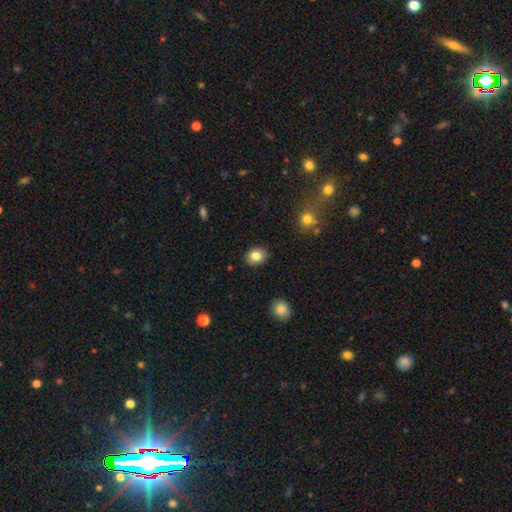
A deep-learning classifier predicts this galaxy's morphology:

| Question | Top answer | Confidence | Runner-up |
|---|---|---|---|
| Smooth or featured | smooth | 83% | star or artifact (9%) |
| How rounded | round | 53% | in between (46%) |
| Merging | none | 88% | minor disturbance (9%) |